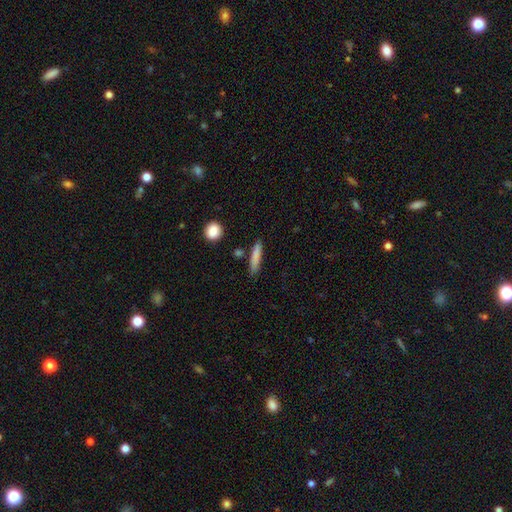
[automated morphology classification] type=smooth (81%); roundness=cigar-shaped (84%); merging=none (80%).